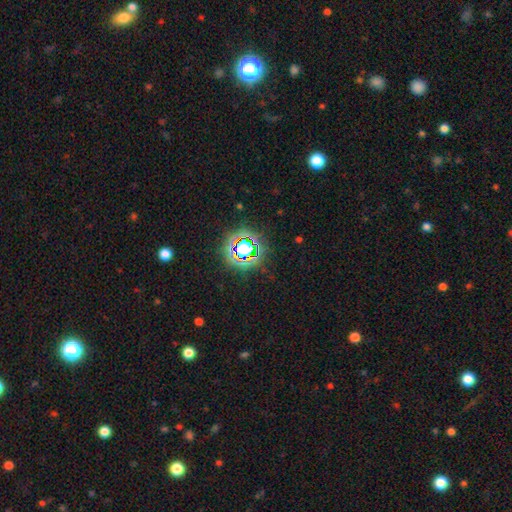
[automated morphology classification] Smooth or featured? star or artifact (79%)